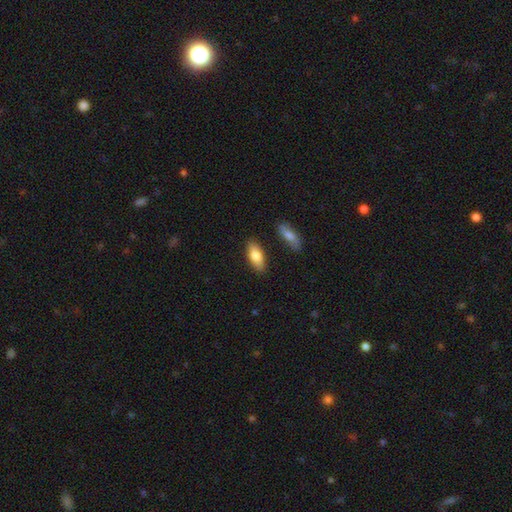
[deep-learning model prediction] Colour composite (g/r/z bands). It shows a smooth galaxy with no disk features (78%) that is in between round and cigar-shaped (80%). Merging: none (84%).